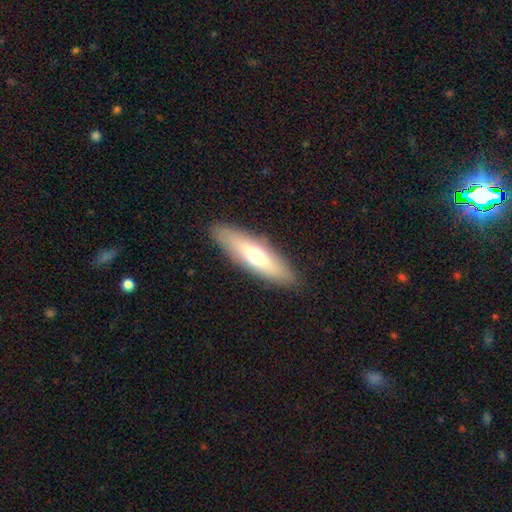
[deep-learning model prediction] This is possibly a smooth galaxy (58%). How rounded: likely cigar-shaped (65%). Merging: clearly none (89%).